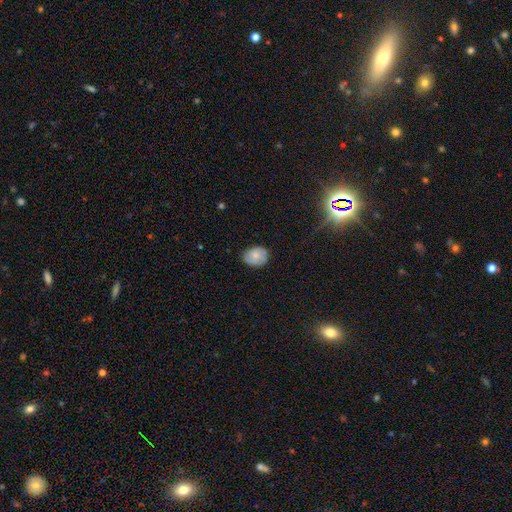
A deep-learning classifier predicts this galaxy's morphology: smooth-or-featured: smooth: 73% | featured or disk: 18% | star or artifact: 8%
  how-rounded: in between: 57% | round: 42% | cigar-shaped: 1%
  merging: none: 75% | minor disturbance: 20% | major disturbance: 3% | merger: 1%